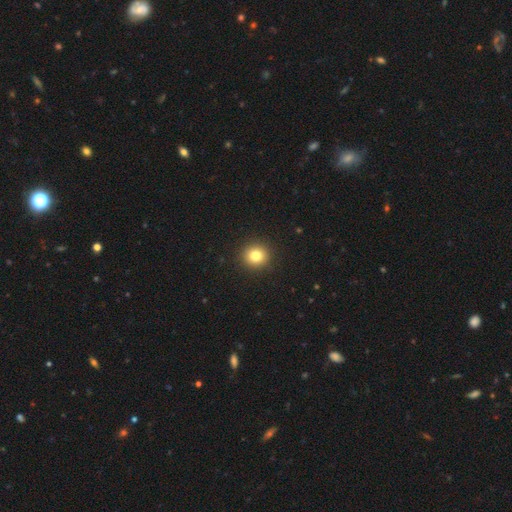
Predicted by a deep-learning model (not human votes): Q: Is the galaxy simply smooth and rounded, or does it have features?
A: smooth — 81%.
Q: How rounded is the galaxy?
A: round — 92%.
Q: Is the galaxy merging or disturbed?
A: none — 93%.